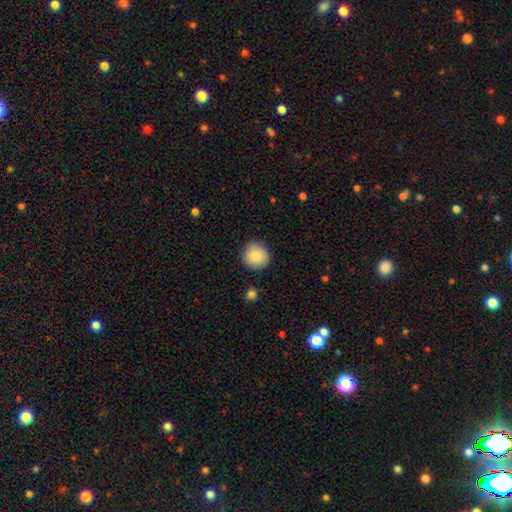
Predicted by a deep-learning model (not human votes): A smooth galaxy with no disk features (82%) that is round (93%).

Vote fractions:
- Smooth or featured? smooth: 82% / featured or disk: 11% / star or artifact: 7%
- How rounded? round: 93% / in between: 6% / cigar-shaped: 1%
- Merging? none: 87% / minor disturbance: 10% / major disturbance: 2% / merger: 1%